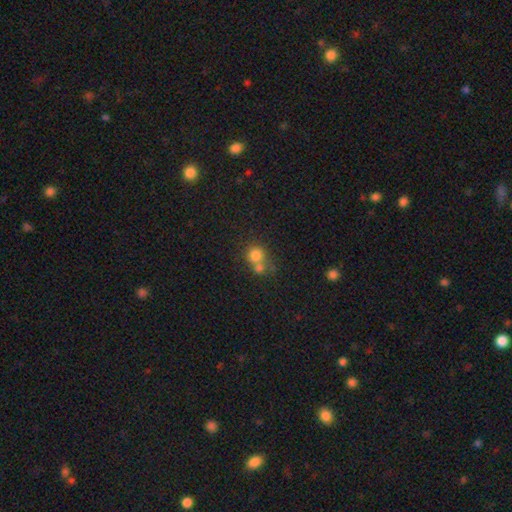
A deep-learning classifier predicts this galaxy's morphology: Smooth or featured? smooth (76%)
How rounded? round (86%)
Merging? merger (47%)